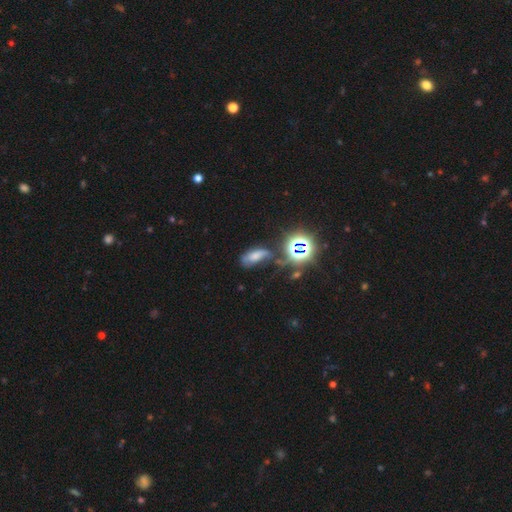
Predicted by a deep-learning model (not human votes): Smooth or featured? Predicted: smooth (p=0.48). Merging? Predicted: none (p=0.41).